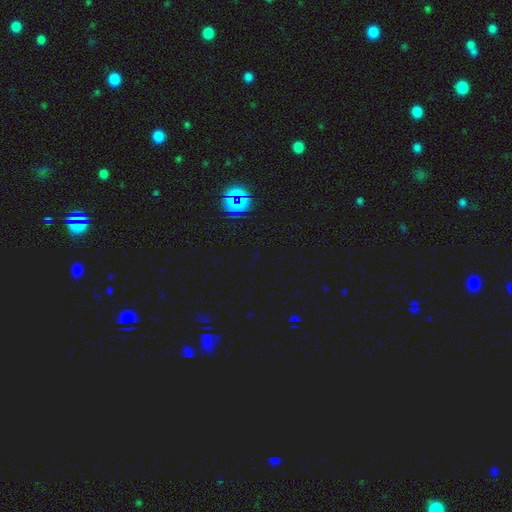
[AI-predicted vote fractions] smooth_or_featured: star or artifact (p=0.78) [alt: smooth p=0.15]